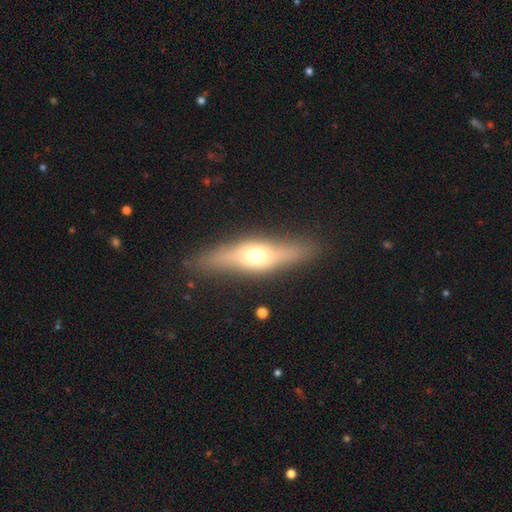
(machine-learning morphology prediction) smooth-or-featured: featured or disk: 55% | smooth: 38% | star or artifact: 7%
  disk-edge-on: yes: 85% | no: 15%
  merging: none: 86% | minor disturbance: 10% | major disturbance: 3% | merger: 1%